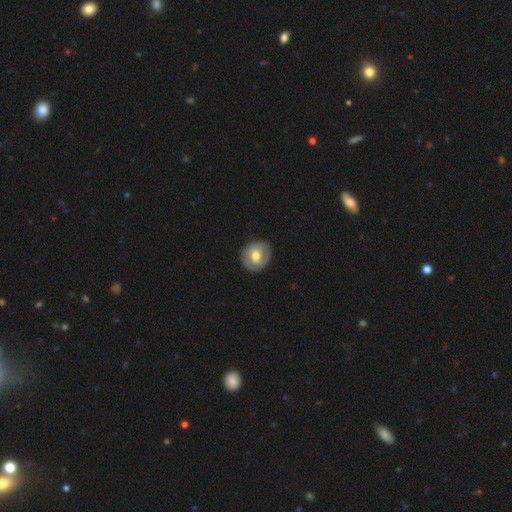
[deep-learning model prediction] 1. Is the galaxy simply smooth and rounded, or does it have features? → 56% featured or disk, 38% smooth, 5% star or artifact.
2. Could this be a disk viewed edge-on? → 96% no, 4% yes.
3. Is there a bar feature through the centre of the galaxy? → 43% weak, 41% no, 15% strong.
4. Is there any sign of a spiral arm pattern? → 64% yes, 36% no.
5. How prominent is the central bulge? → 73% moderate, 13% small, 12% large, 1% none, 1% dominant.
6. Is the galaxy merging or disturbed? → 83% none, 12% minor disturbance, 4% major disturbance, 1% merger.